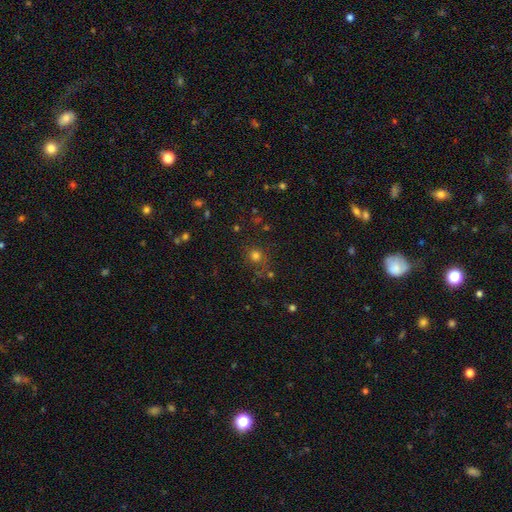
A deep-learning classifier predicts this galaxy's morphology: type=smooth (72%); roundness=round (89%); merging=none (75%).